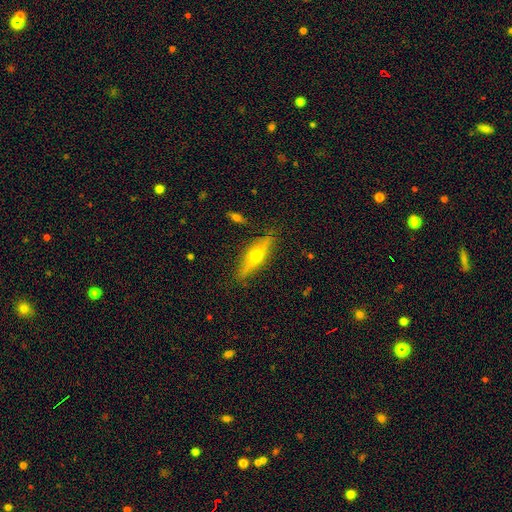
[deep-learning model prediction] A featured or disk galaxy (58%) viewed edge-on (92%) with a rounded central bulge (92%). Merging: none (85%).